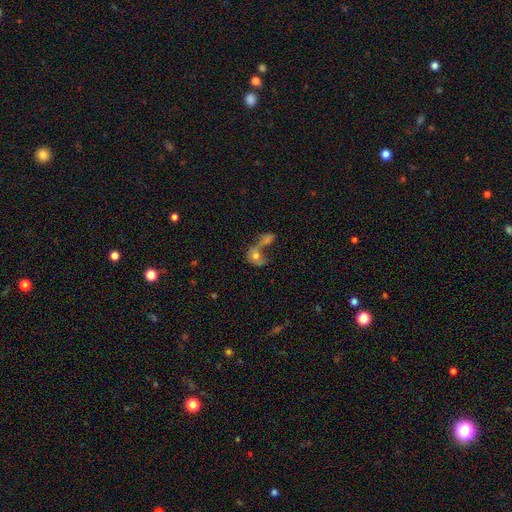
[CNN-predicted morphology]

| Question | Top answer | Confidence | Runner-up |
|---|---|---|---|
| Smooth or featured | smooth | 63% | featured or disk (26%) |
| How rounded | in between | 53% | round (44%) |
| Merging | merger | 63% | none (16%) |